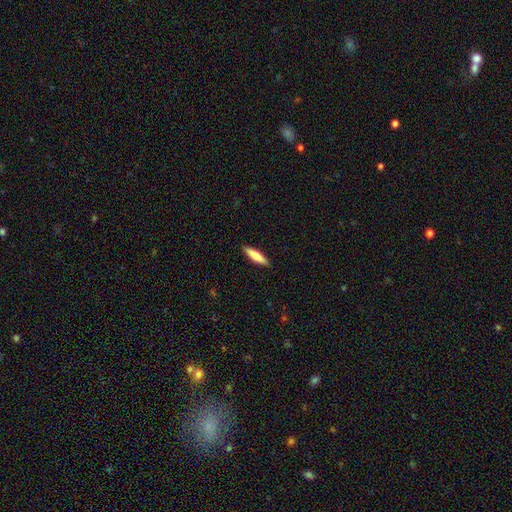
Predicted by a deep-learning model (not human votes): A smooth galaxy with no disk features (76%) that is cigar-shaped (75%). Merging: none (90%).